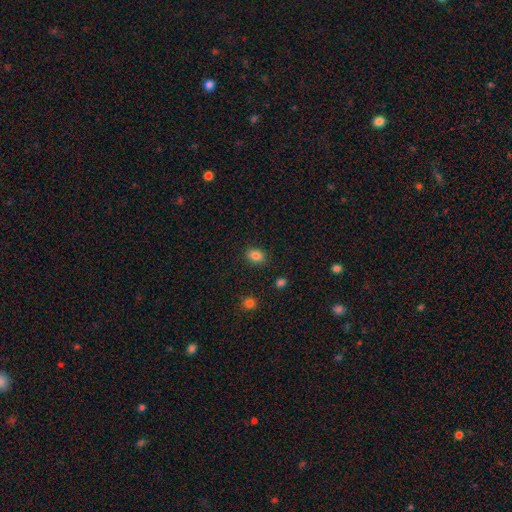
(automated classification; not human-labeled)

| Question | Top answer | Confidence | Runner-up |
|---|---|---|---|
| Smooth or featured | smooth | 85% | star or artifact (10%) |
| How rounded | in between | 67% | round (32%) |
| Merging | none | 86% | minor disturbance (9%) |